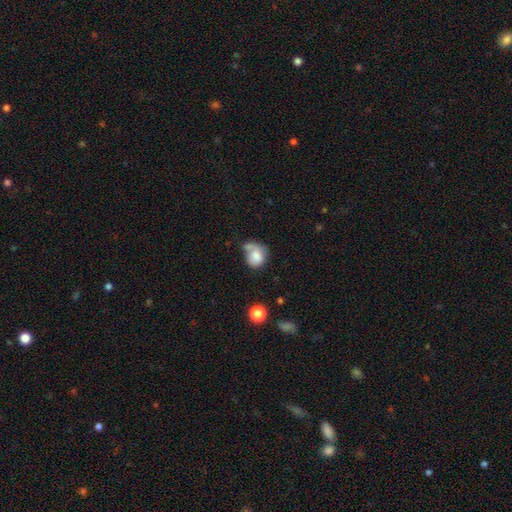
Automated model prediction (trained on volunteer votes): smooth-or-featured: smooth: 74% | featured or disk: 17% | star or artifact: 9%
  how-rounded: round: 64% | in between: 35% | cigar-shaped: 1%
  merging: none: 34% | minor disturbance: 23% | merger: 23% | major disturbance: 20%